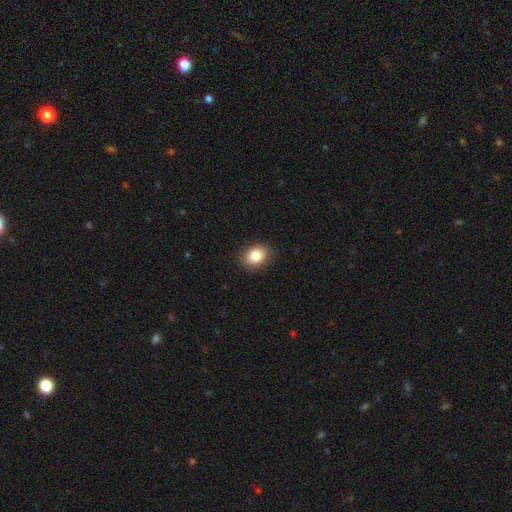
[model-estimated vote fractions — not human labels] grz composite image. It shows a smooth galaxy with no disk features (85%) that is in between round and cigar-shaped (57%). Merging: none (88%).